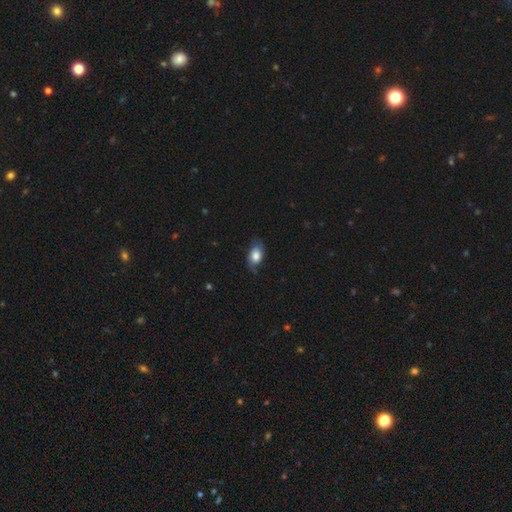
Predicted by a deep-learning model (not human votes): Morphology: type=smooth (70%); roundness=in between (86%); merging=none (64%).